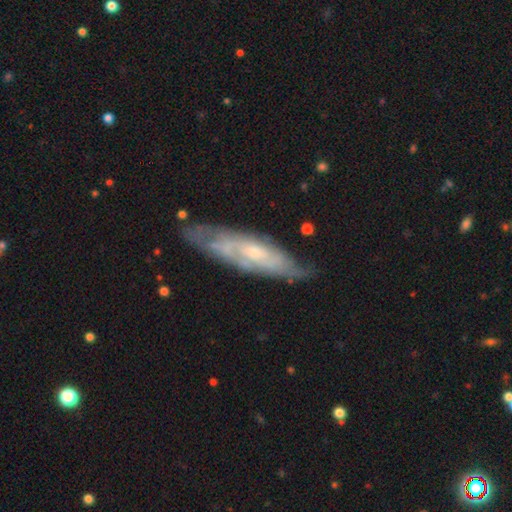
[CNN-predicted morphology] type=featured or disk (69%); edge-on=no (63%); merging=none (72%).